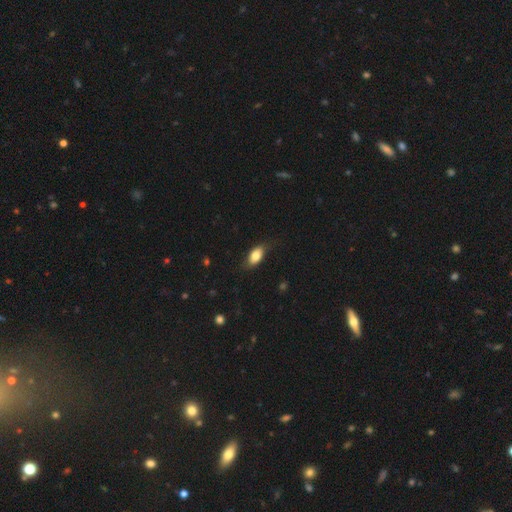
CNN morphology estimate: Smooth or featured?
  - smooth: 81% *
  - featured or disk: 13%
  - star or artifact: 7%
How rounded?
  - in between: 88% *
  - round: 6%
  - cigar-shaped: 5%
Merging?
  - none: 75% *
  - minor disturbance: 19%
  - major disturbance: 5%
  - merger: 1%